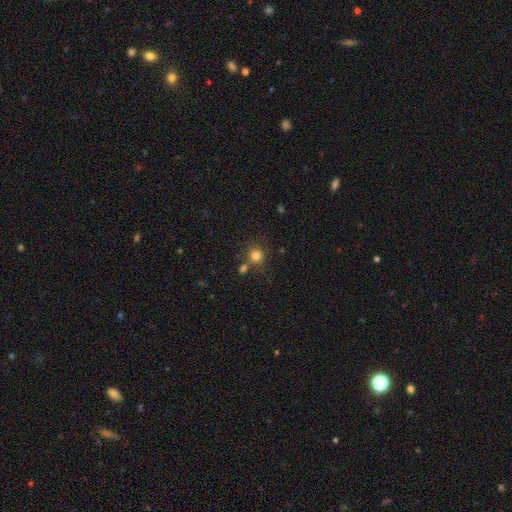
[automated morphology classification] Smooth or featured: smooth — 80% (star or artifact — 13%)
How rounded: round — 90% (in between — 9%)
Merging: none — 71% (merger — 16%)